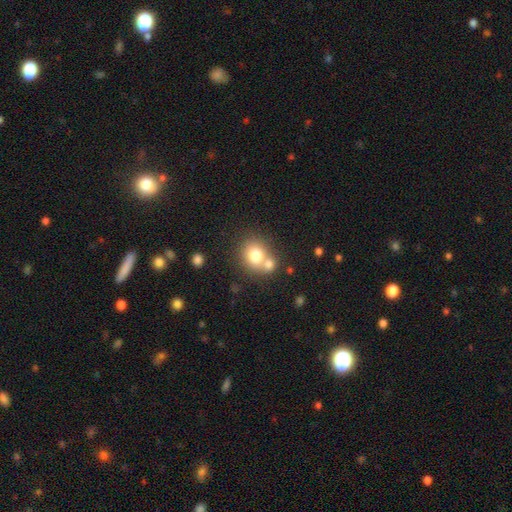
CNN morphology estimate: Smooth or featured: smooth — 76% (featured or disk — 14%)
How rounded: round — 72% (in between — 27%)
Merging: none — 45% (merger — 43%)